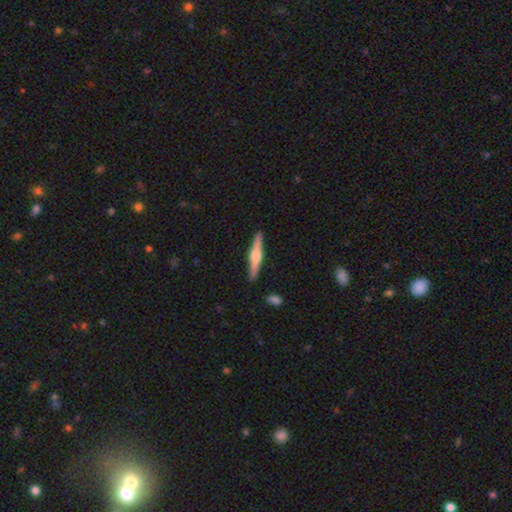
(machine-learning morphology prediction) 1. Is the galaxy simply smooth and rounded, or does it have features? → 70% featured or disk, 25% smooth, 5% star or artifact.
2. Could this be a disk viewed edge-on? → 98% yes, 2% no.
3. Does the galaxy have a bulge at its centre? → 90% rounded, 7% boxy, 3% none.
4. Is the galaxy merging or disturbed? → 91% none, 7% minor disturbance, 1% major disturbance, 1% merger.